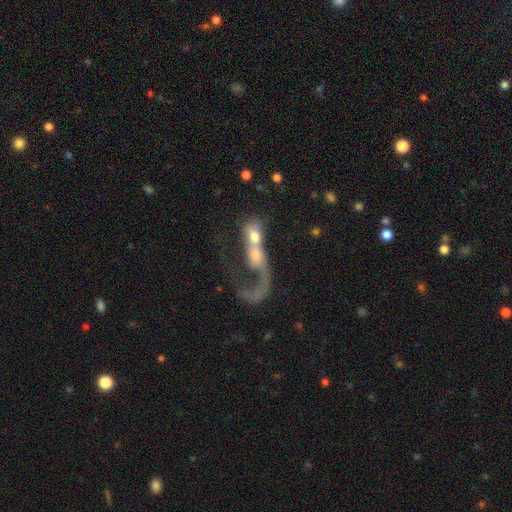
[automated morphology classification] This appears to be a featured or disk galaxy (49%). Merging: merger (74%).